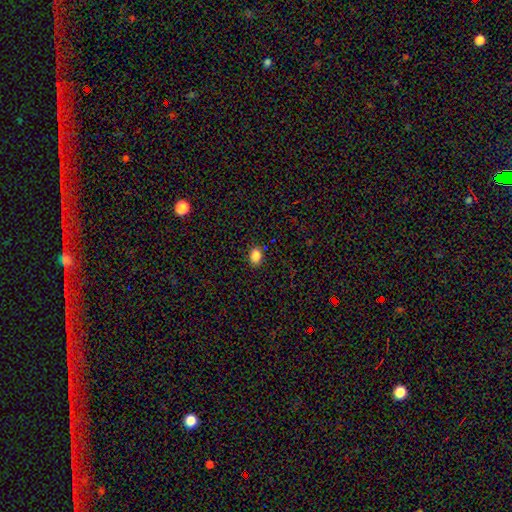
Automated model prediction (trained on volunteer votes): smooth 86%, star or artifact 10%, featured or disk 4%. Down the decision tree: how rounded — in between (70%); merging — none (88%).